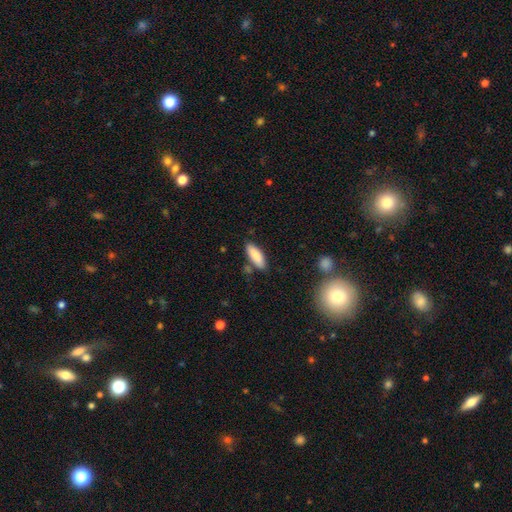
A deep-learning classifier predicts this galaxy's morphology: This appears to be a smooth galaxy with no disk features (86%) that is in between round and cigar-shaped (69%). Merging: none (80%).